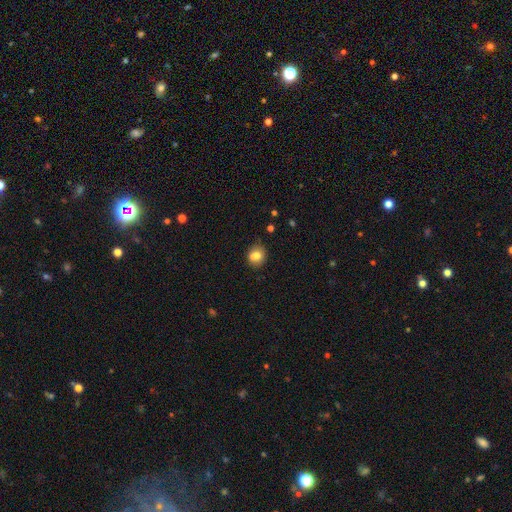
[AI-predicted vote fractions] Smooth or featured: smooth — 75% (featured or disk — 15%)
How rounded: round — 67% (in between — 31%)
Merging: none — 59% (merger — 20%)